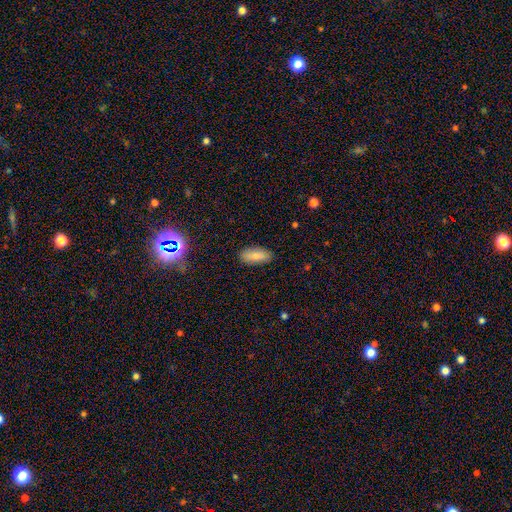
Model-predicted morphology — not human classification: Smooth or featured? smooth (78%)
How rounded? in between (83%)
Merging? none (84%)